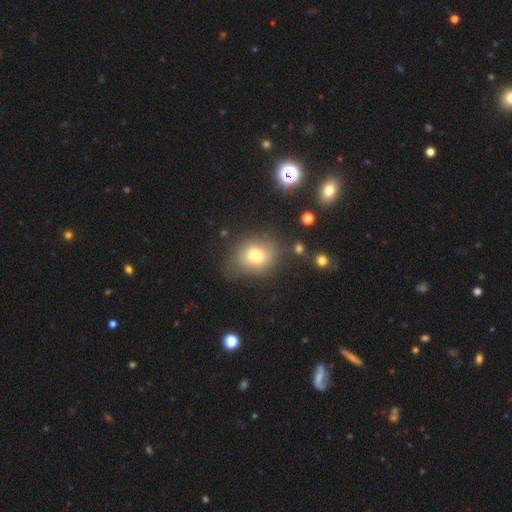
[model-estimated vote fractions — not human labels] Smooth or featured? smooth (71%)
How rounded? round (59%)
Merging? none (70%)